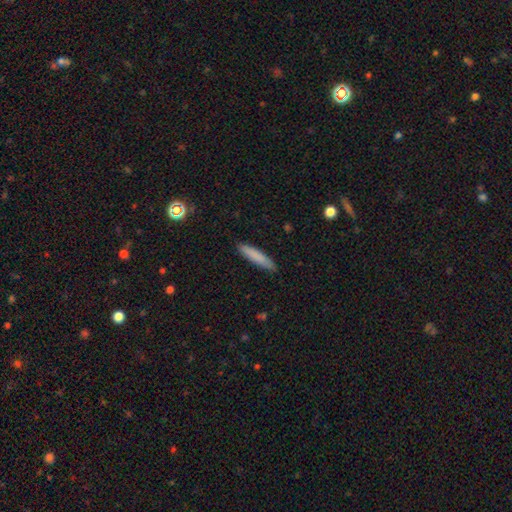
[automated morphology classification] smooth-or-featured: smooth: 82% | featured or disk: 12% | star or artifact: 6%
  how-rounded: cigar-shaped: 89% | in between: 10% | round: 1%
  merging: none: 88% | minor disturbance: 9% | major disturbance: 2% | merger: 1%